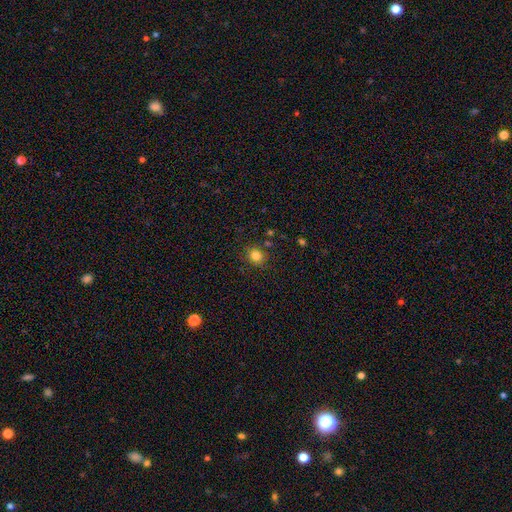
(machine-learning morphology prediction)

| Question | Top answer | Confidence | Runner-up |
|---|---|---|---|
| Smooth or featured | smooth | 81% | star or artifact (13%) |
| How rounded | round | 75% | in between (24%) |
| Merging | none | 82% | minor disturbance (12%) |